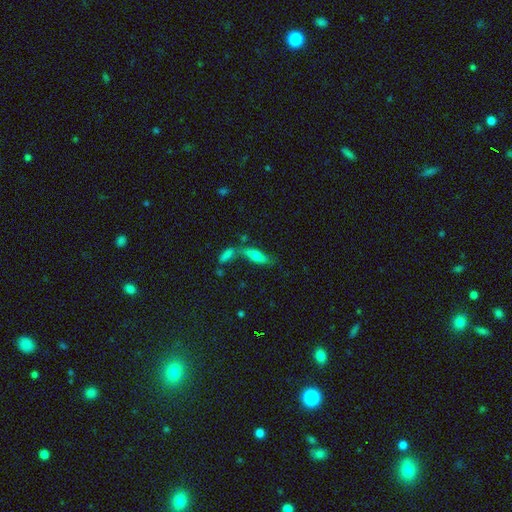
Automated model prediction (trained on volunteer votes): Smooth or featured? Predicted: smooth (p=0.65). How rounded? Predicted: cigar-shaped (p=0.49). Merging? Predicted: none (p=0.52).